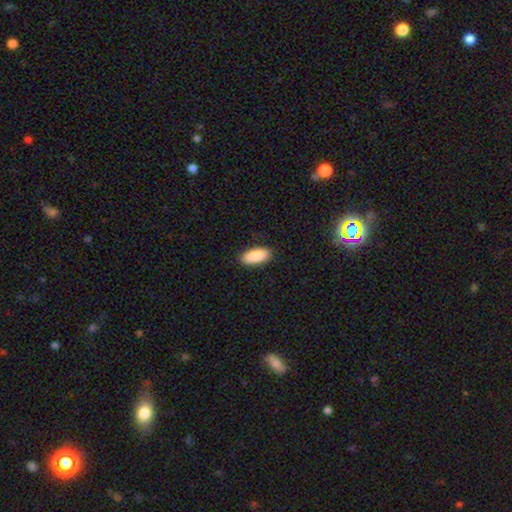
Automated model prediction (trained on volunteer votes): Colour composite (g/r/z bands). It shows a smooth galaxy with no disk features (90%) that is in between round and cigar-shaped (87%). Merging: none (88%).